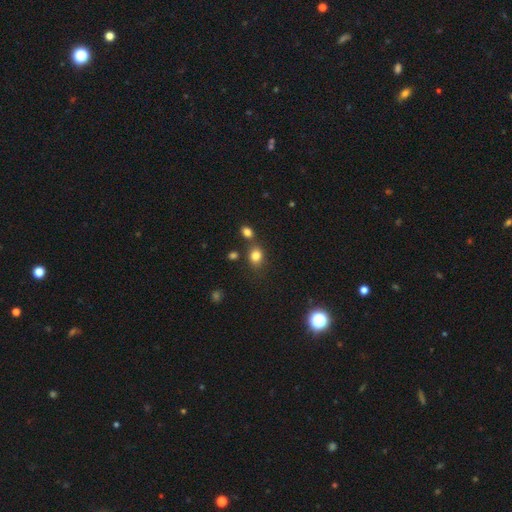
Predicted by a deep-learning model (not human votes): Smooth or featured? Predicted: smooth (p=0.81). How rounded? Predicted: round (p=0.52). Merging? Predicted: none (p=0.67).